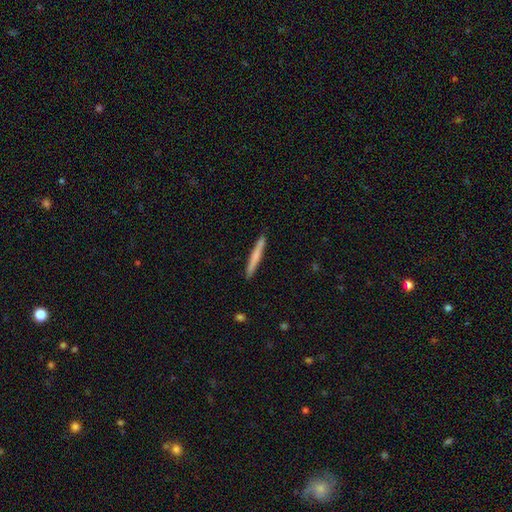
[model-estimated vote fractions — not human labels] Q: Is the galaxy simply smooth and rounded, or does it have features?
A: smooth — 65%.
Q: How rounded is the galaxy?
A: cigar-shaped — 97%.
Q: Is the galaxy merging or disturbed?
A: none — 91%.